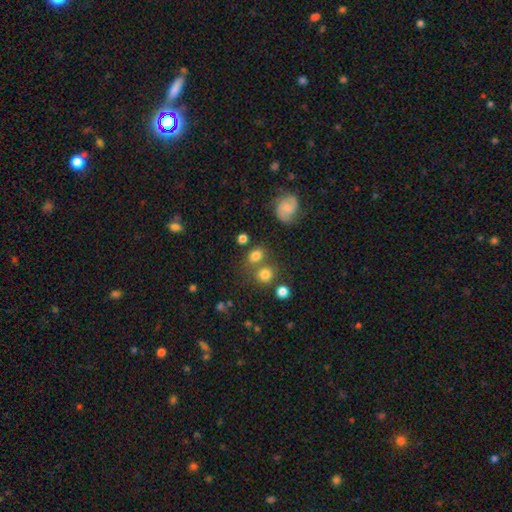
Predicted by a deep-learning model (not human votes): A smooth galaxy with no disk features (75%) that is round (53%). Merging: none (56%).